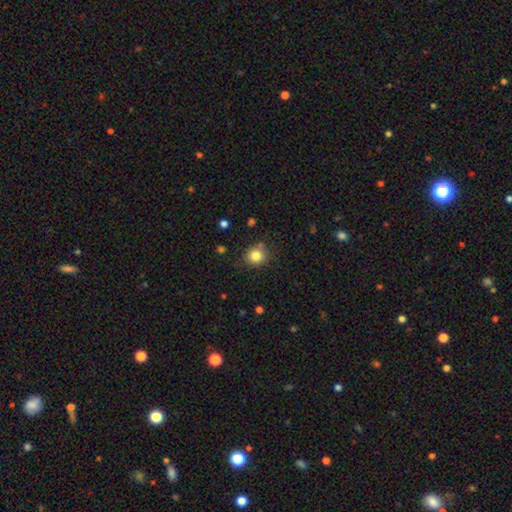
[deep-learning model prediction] This is clearly a smooth galaxy (83%). How rounded: clearly round (86%). Merging: clearly none (82%).